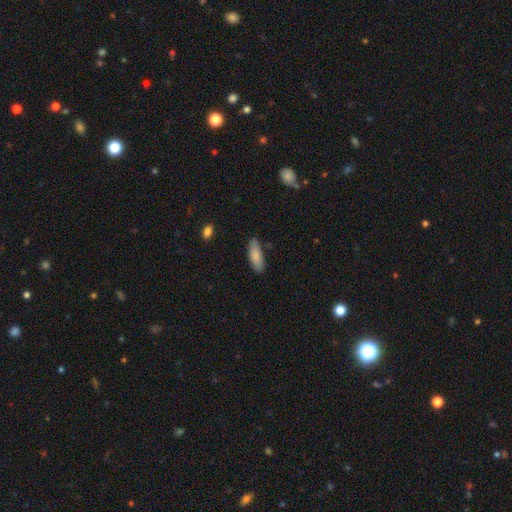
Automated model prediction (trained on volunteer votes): Q: Smooth or featured?
A: smooth (85%); runner-up: featured or disk (9%)
Q: How rounded?
A: in between (57%); runner-up: cigar-shaped (42%)
Q: Merging?
A: none (82%); runner-up: minor disturbance (14%)